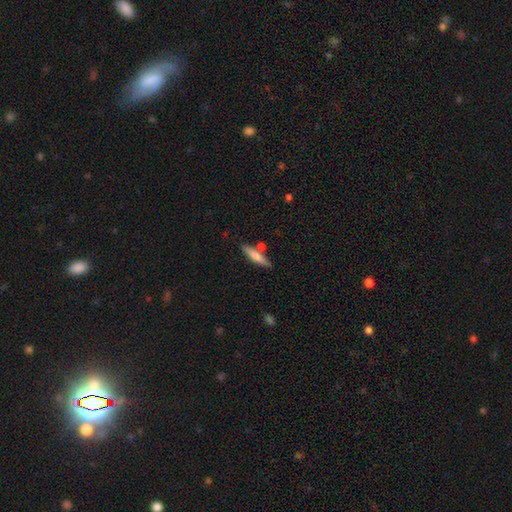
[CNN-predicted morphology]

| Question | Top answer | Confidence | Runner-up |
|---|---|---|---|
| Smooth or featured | smooth | 69% | featured or disk (25%) |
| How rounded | cigar-shaped | 83% | in between (15%) |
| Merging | none | 76% | minor disturbance (12%) |